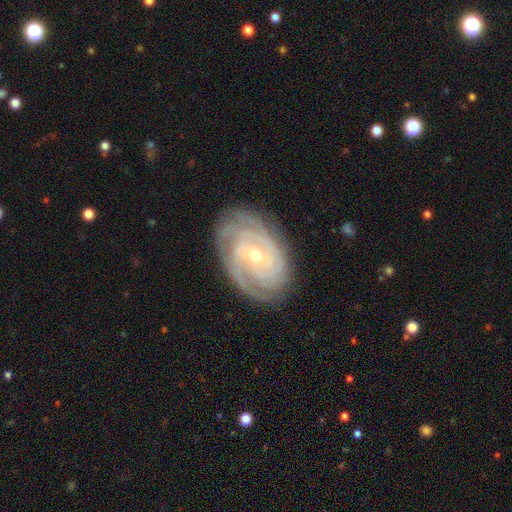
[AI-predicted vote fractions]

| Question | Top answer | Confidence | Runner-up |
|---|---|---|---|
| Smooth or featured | featured or disk | 88% | smooth (7%) |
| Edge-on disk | no | 96% | yes (4%) |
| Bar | no | 61% | weak (30%) |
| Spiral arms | yes | 97% | no (3%) |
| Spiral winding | tight | 78% | medium (19%) |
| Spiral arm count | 3 | 26% | can't tell (23%) |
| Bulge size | small | 55% | moderate (42%) |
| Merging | none | 81% | minor disturbance (14%) |